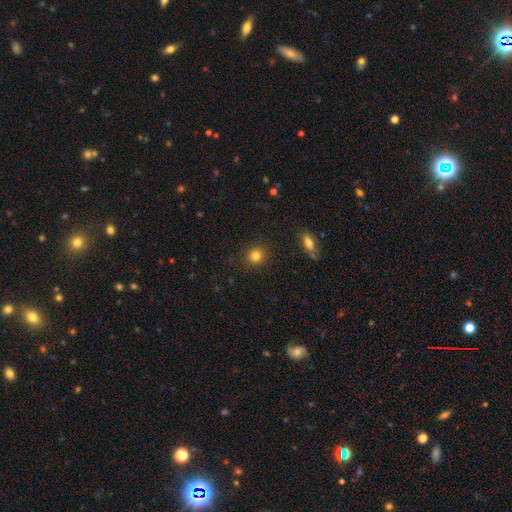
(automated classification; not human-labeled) smooth_or_featured: smooth (p=0.83) [alt: star or artifact p=0.12]
how_rounded: round (p=0.89) [alt: in between p=0.10]
merging: none (p=0.91) [alt: minor disturbance p=0.06]